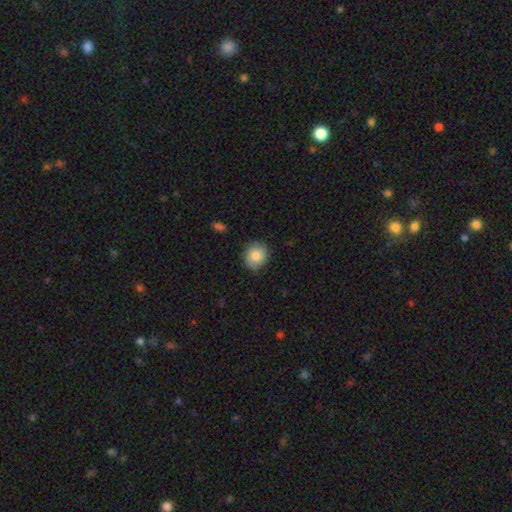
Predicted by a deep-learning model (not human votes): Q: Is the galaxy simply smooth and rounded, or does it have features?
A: smooth — 83%.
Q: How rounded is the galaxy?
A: round — 80%.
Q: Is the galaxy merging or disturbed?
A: none — 79%.